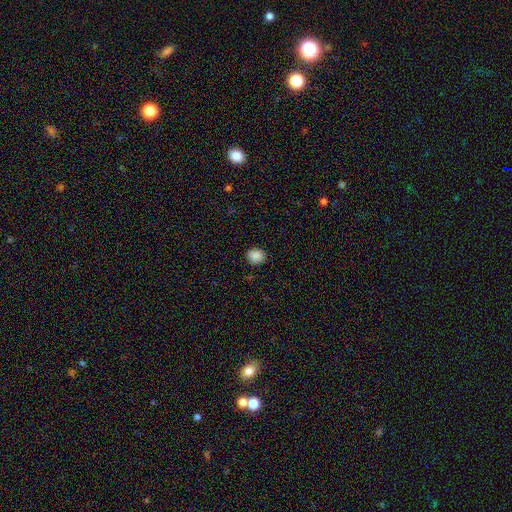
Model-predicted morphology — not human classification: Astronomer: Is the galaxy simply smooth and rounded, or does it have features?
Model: smooth — 88%.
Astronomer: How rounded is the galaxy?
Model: round — 60% (runner-up: in between, 39%).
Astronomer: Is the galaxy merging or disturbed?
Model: none — 85%.